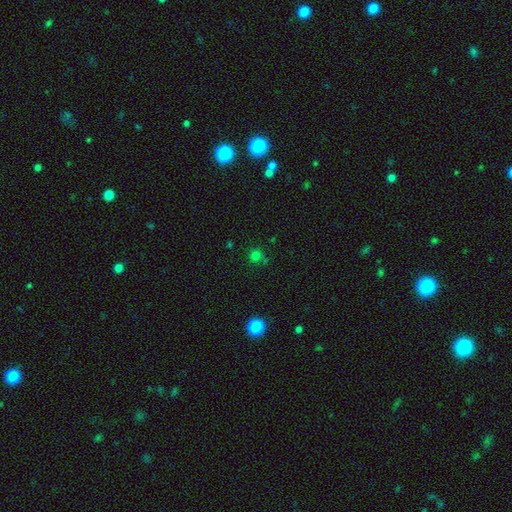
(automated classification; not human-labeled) Smooth or featured? Predicted: smooth (p=0.71). How rounded? Predicted: round (p=0.92). Merging? Predicted: none (p=0.78).